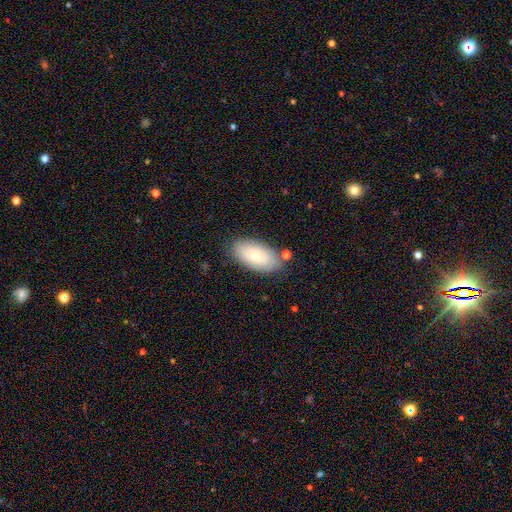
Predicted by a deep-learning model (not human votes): Smooth or featured? Predicted: smooth (p=0.76). How rounded? Predicted: in between (p=0.94). Merging? Predicted: none (p=0.78).